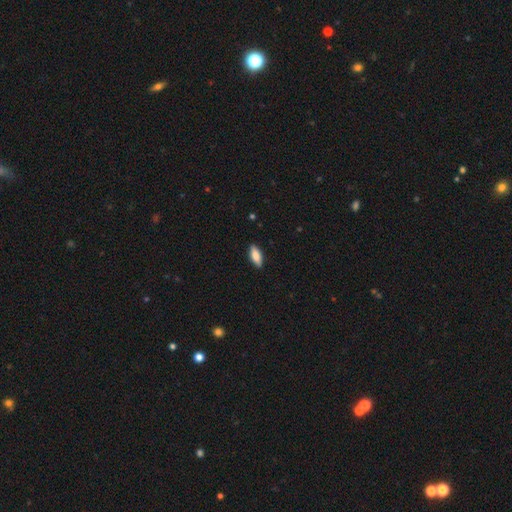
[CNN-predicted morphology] Smooth or featured?
  - smooth: 81% *
  - featured or disk: 13%
  - star or artifact: 6%
How rounded?
  - in between: 76% *
  - cigar-shaped: 22%
  - round: 2%
Merging?
  - none: 89% *
  - minor disturbance: 8%
  - major disturbance: 2%
  - merger: 1%